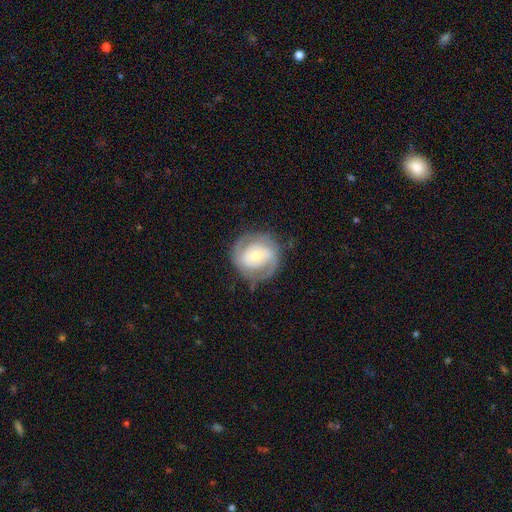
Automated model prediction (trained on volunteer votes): smooth-or-featured: featured or disk: 70% | smooth: 25% | star or artifact: 6%
  disk-edge-on: no: 97% | yes: 3%
    bar: no: 53% | weak: 35% | strong: 12%
    has-spiral-arms: yes: 82% | no: 18%
      spiral-winding: tight: 55% | medium: 33% | loose: 12%
      spiral-arm-count: 2: 69% | can't tell: 18% | 1: 6% | 3: 4% | 4: 2% | more than 4: 2%
    bulge-size: moderate: 56% | small: 32% | large: 9% | none: 2% | dominant: 1%
  merging: none: 74% | minor disturbance: 16% | major disturbance: 8% | merger: 1%